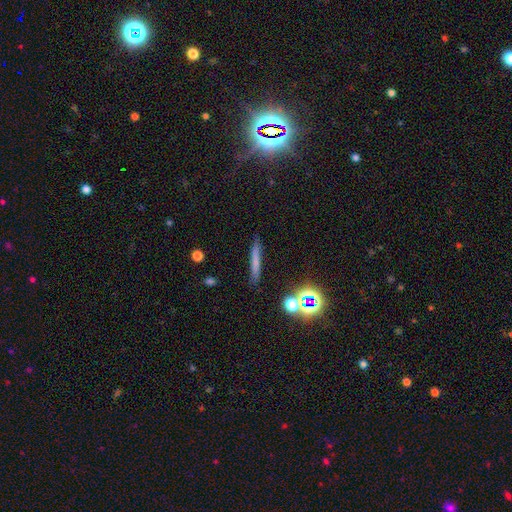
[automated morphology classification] smooth_or_featured: smooth (p=0.56) [alt: featured or disk p=0.26]
how_rounded: cigar-shaped (p=0.92) [alt: round p=0.04]
merging: none (p=0.85) [alt: minor disturbance p=0.09]